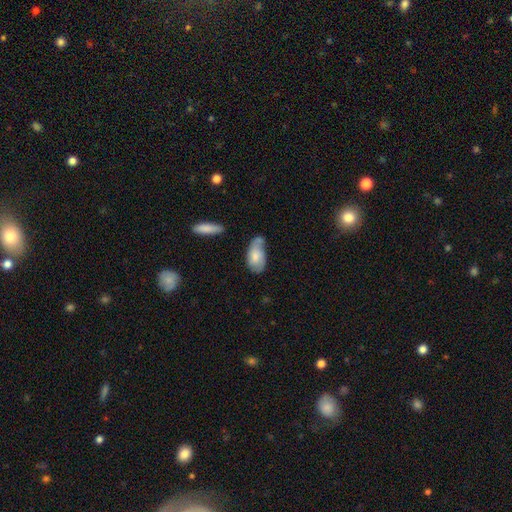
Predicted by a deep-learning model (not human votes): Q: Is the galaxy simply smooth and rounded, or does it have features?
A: smooth — 63%.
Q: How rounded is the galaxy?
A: in between — 92%.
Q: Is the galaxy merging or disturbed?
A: none — 42%.